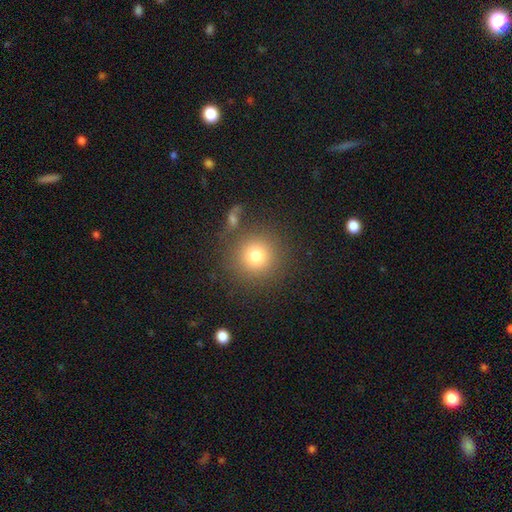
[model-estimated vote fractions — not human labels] This appears to be a smooth galaxy with no disk features (77%) that is round (94%). Merging: none (82%).